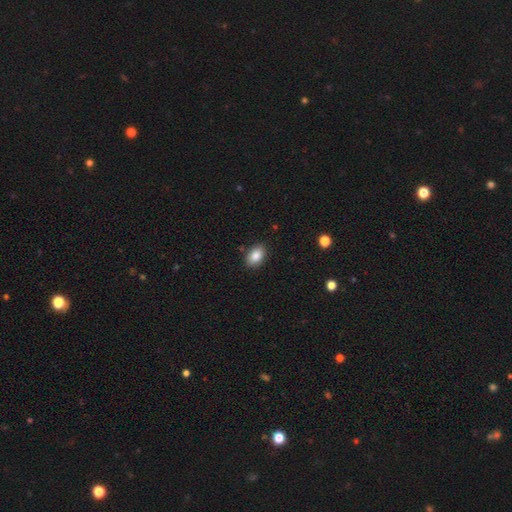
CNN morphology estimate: The model was most divided on "merging": none: 86%, minor disturbance: 10%, major disturbance: 2%, merger: 1%. More confident: how rounded — in between (89%); smooth or featured — smooth (87%).